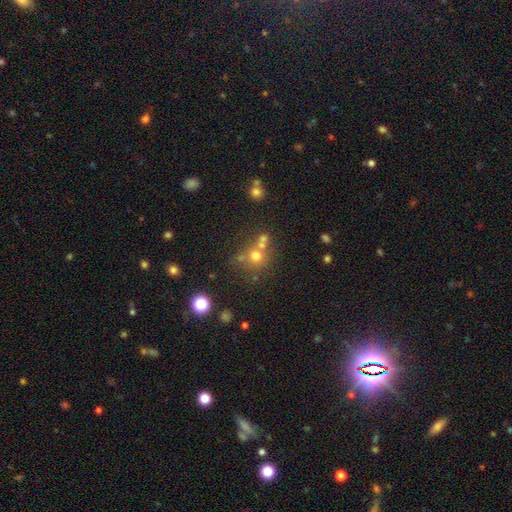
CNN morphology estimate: Smooth or featured? Predicted: smooth (p=0.65). How rounded? Predicted: round (p=0.88). Merging? Predicted: none (p=0.56).